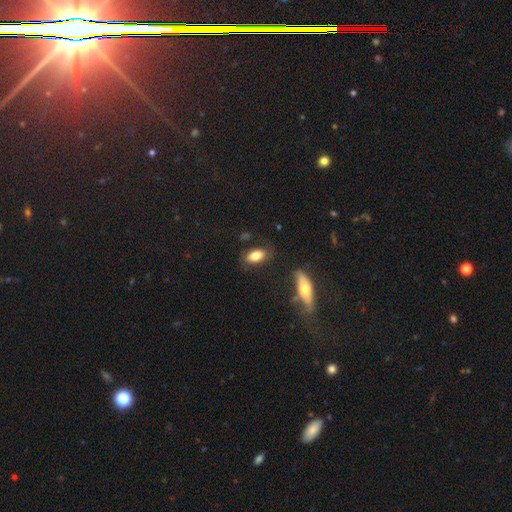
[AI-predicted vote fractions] Smooth or featured? smooth (82%)
How rounded? in between (90%)
Merging? none (78%)